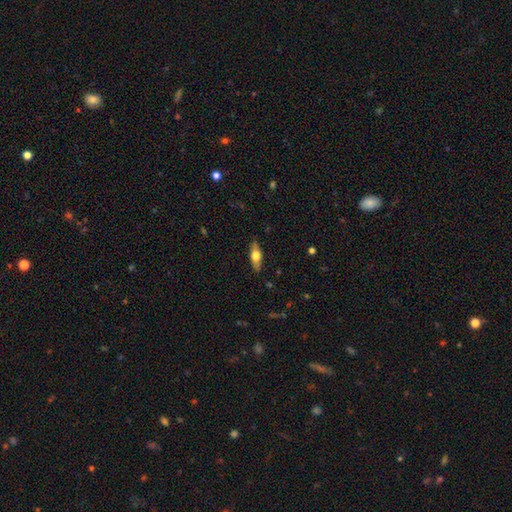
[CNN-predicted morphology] Smooth or featured: smooth — 50% (featured or disk — 44%)
How rounded: in between — 56% (cigar-shaped — 40%)
Merging: none — 87% (minor disturbance — 10%)